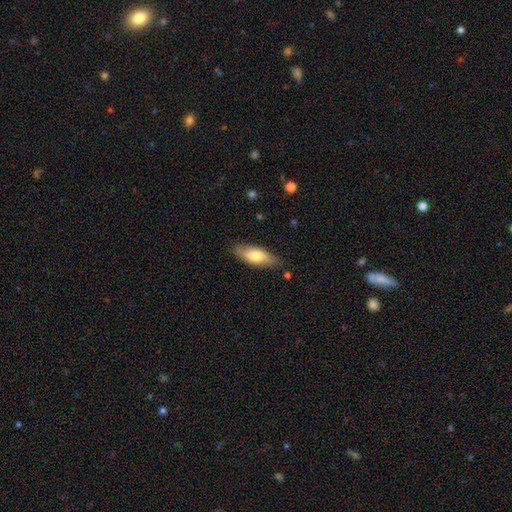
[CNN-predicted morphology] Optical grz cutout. It shows a smooth galaxy with no disk features (70%) that is in between round and cigar-shaped (75%). Merging: none (83%).